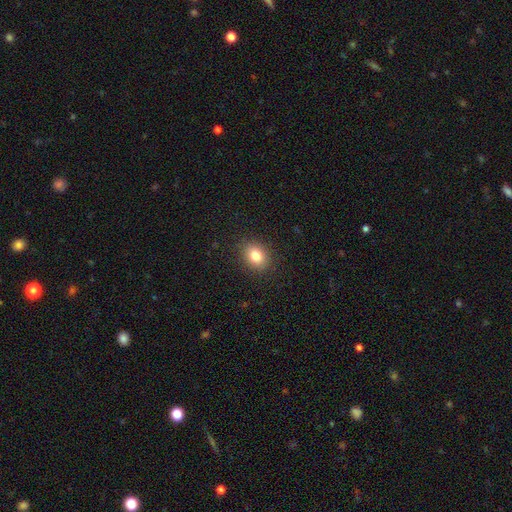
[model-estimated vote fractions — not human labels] A smooth galaxy with no disk features (81%) that is round (50%). Merging: none (88%).